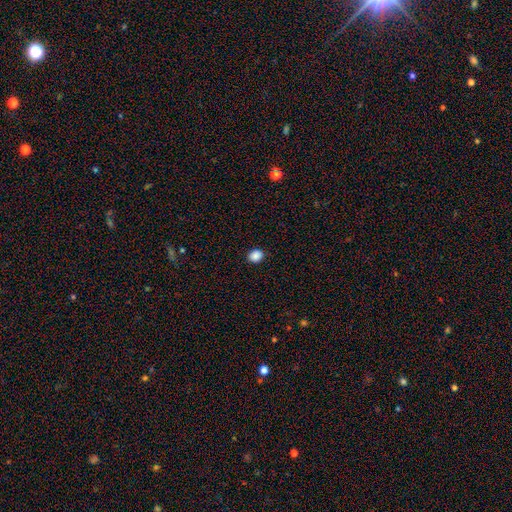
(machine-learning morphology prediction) Smooth or featured? smooth (88%)
How rounded? round (65%)
Merging? none (90%)